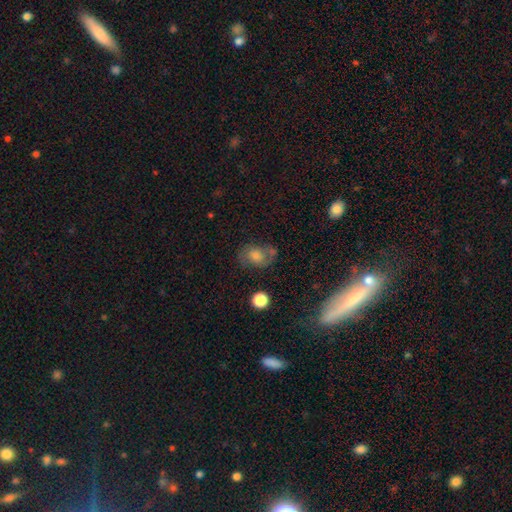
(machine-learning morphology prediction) This is possibly a smooth galaxy (56%). How rounded: likely in between (63%). Merging: likely none (60%).